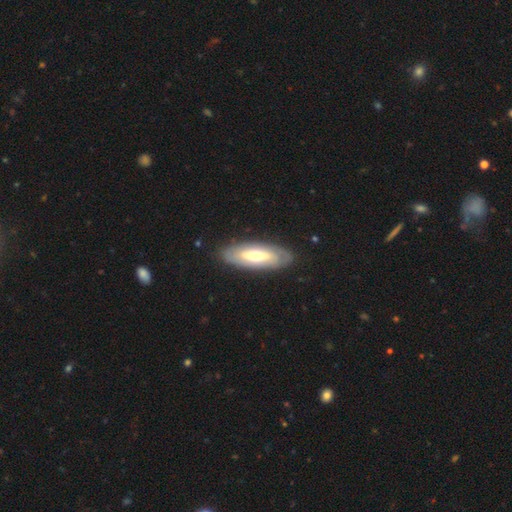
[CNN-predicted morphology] Q: Smooth or featured?
A: featured or disk (54%); runner-up: smooth (41%)
Q: Edge-on disk?
A: no (73%); runner-up: yes (27%)
Q: Merging?
A: none (86%); runner-up: minor disturbance (10%)